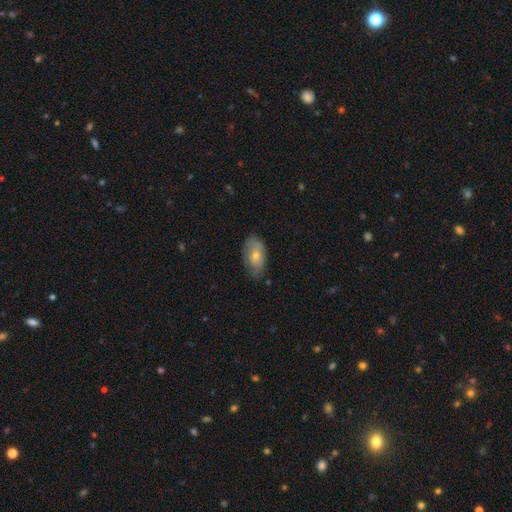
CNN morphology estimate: Smooth or featured: smooth — 60% (featured or disk — 32%)
How rounded: in between — 91% (round — 5%)
Merging: none — 72% (minor disturbance — 22%)